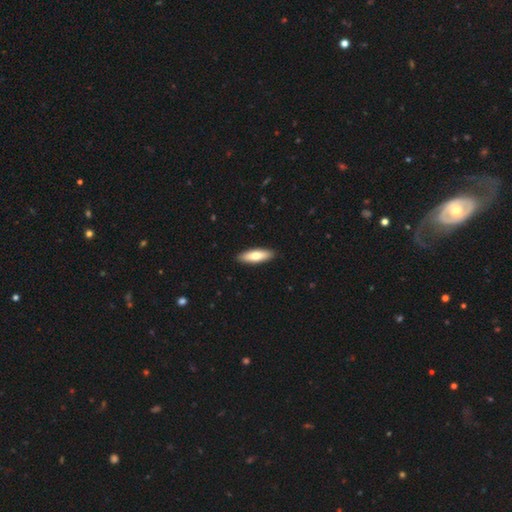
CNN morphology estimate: Smooth or featured? Predicted: smooth (p=0.72). How rounded? Predicted: in between (p=0.49, tied with cigar-shaped). Merging? Predicted: none (p=0.91).